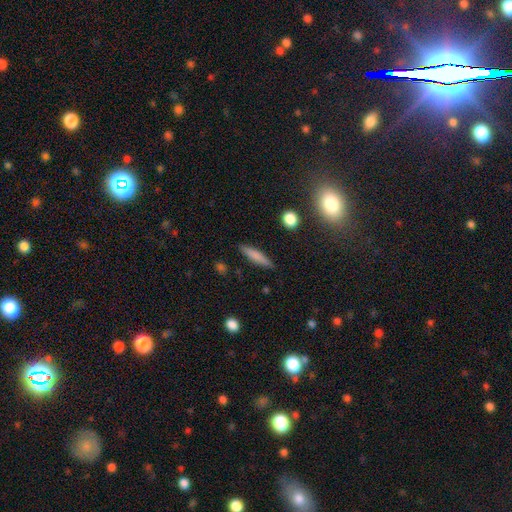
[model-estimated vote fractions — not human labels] The model was most divided on "smooth or featured": smooth: 75%, featured or disk: 18%, star or artifact: 7%. More confident: merging — none (87%); how rounded — cigar-shaped (84%).